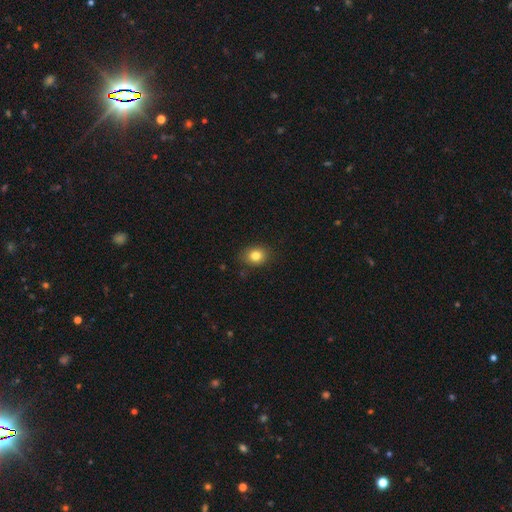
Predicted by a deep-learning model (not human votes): Overall: smooth (82%). How rounded: round (50%; in between 49%). Merging: none (85%).